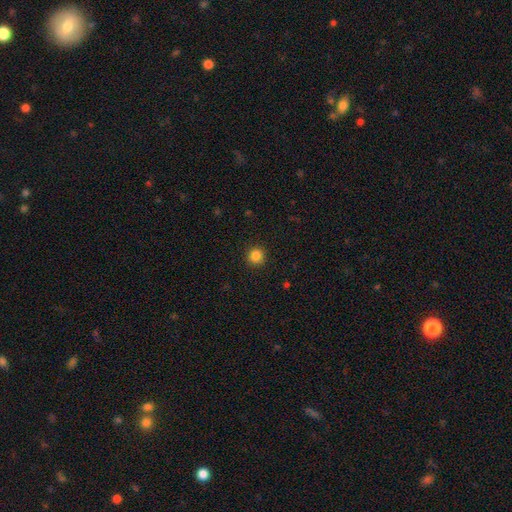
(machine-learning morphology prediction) Q: Smooth or featured?
A: smooth (85%); runner-up: star or artifact (11%)
Q: How rounded?
A: round (94%); runner-up: in between (5%)
Q: Merging?
A: none (92%); runner-up: minor disturbance (5%)